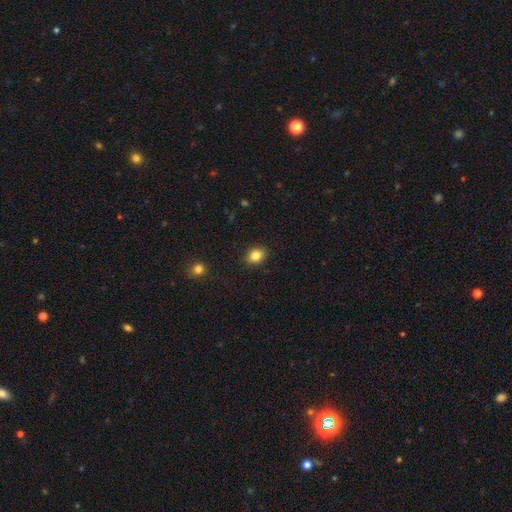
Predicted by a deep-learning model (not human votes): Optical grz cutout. It shows a smooth galaxy with no disk features (85%) that is in between round and cigar-shaped (59%). Merging: none (89%).